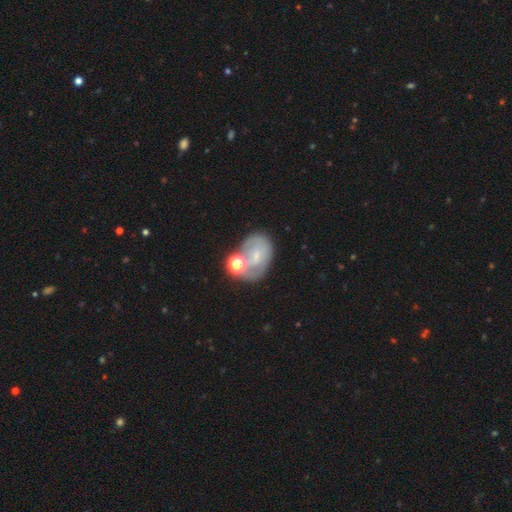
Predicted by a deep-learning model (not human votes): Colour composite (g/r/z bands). It shows a featured or disk galaxy (46%). Merging: none (40%).